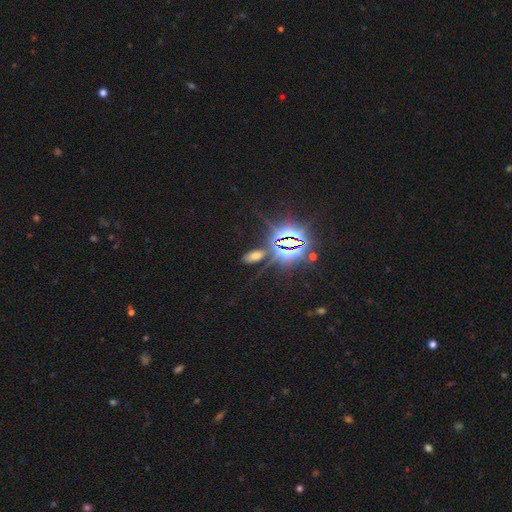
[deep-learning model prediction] smooth-or-featured: star or artifact: 48% | smooth: 41% | featured or disk: 11%